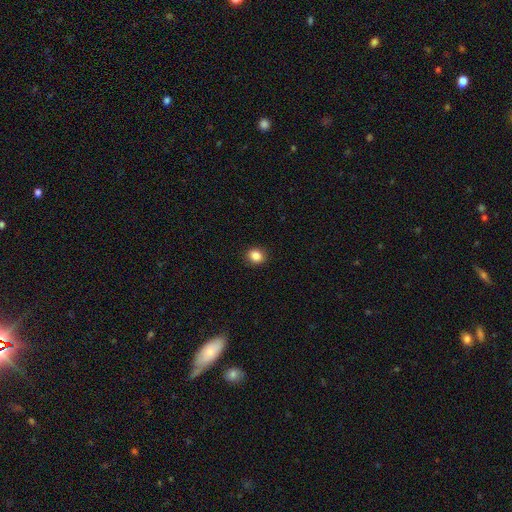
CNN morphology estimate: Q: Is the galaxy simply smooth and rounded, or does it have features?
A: smooth — 86%.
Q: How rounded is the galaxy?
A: round — 71%.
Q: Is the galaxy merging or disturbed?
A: none — 90%.